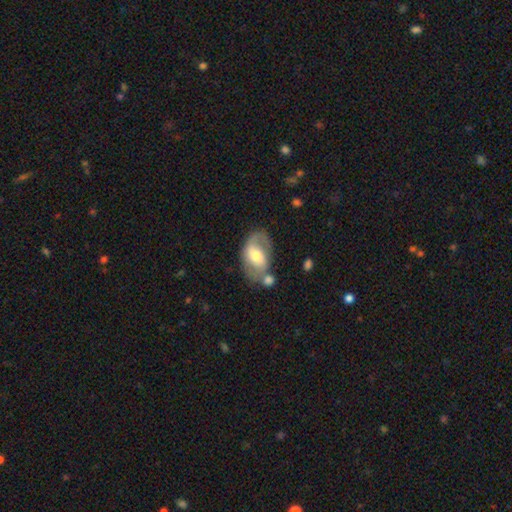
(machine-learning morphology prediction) smooth_or_featured: featured or disk (p=0.59) [alt: smooth p=0.35]
disk_edge_on: no (p=0.94) [alt: yes p=0.06]
bar: weak (p=0.44) [alt: no p=0.34]
has_spiral_arms: yes (p=0.71) [alt: no p=0.29]
bulge_size: moderate (p=0.67) [alt: small p=0.17]
merging: none (p=0.54) [alt: minor disturbance p=0.21]